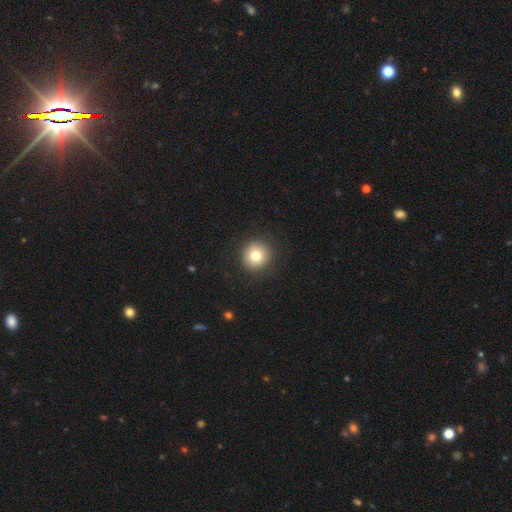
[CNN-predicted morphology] A smooth galaxy with no disk features (79%) that is round (92%). Merging: none (91%).